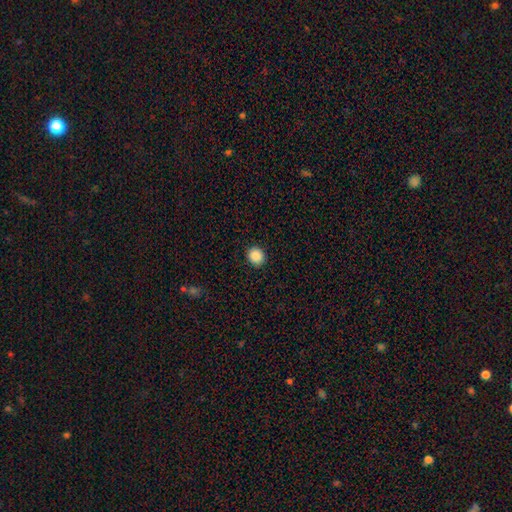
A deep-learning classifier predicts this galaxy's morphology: Smooth or featured?
  - smooth: 88% *
  - star or artifact: 9%
  - featured or disk: 3%
How rounded?
  - round: 84% *
  - in between: 15%
  - cigar-shaped: 1%
Merging?
  - none: 92% *
  - minor disturbance: 5%
  - major disturbance: 2%
  - merger: 1%